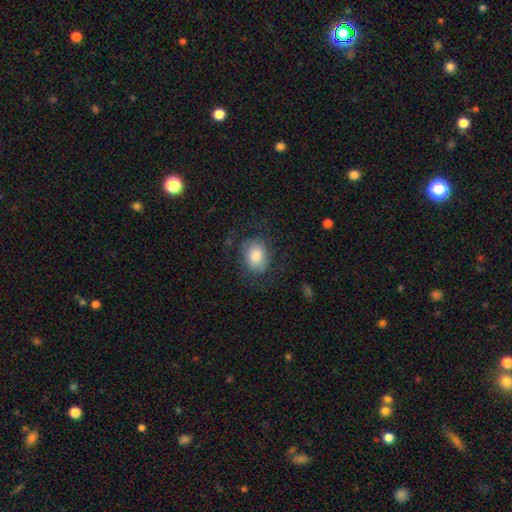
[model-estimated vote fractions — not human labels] A smooth galaxy with no disk features (76%) that is in between round and cigar-shaped (53%).

Vote fractions:
- Smooth or featured? smooth: 76% / featured or disk: 16% / star or artifact: 8%
- How rounded? in between: 53% / round: 46% / cigar-shaped: 1%
- Merging? none: 69% / minor disturbance: 17% / major disturbance: 12% / merger: 1%